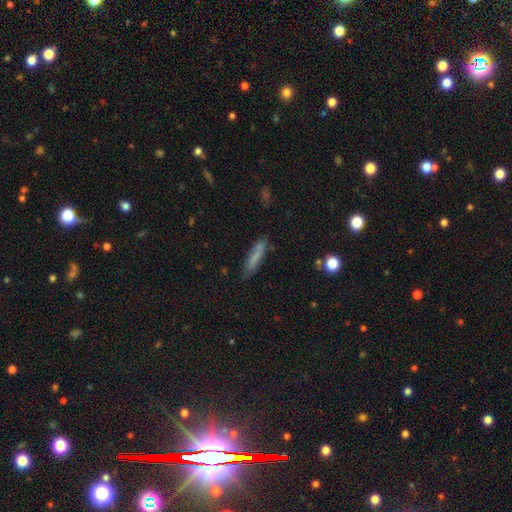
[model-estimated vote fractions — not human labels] A smooth galaxy with no disk features (71%) that is cigar-shaped (75%). Merging: none (76%).